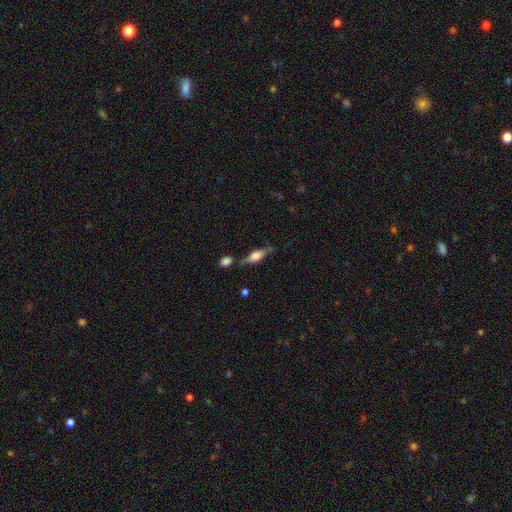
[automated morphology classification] Smooth or featured? featured or disk (57%)
Edge-on disk? yes (92%)
Edge-on bulge? rounded (75%)
Merging? none (67%)